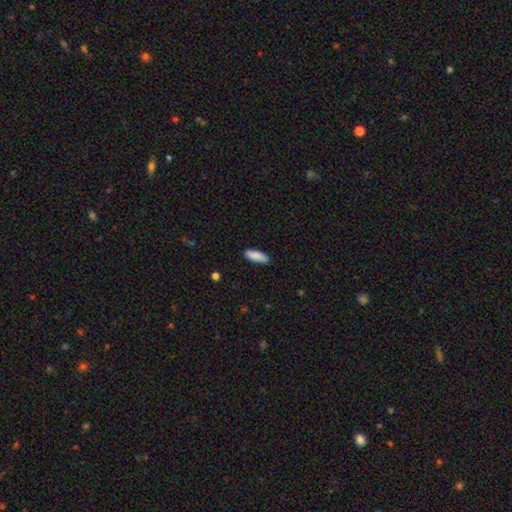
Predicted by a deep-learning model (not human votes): A smooth galaxy with no disk features (89%) that is in between round and cigar-shaped (60%). Merging: none (87%).